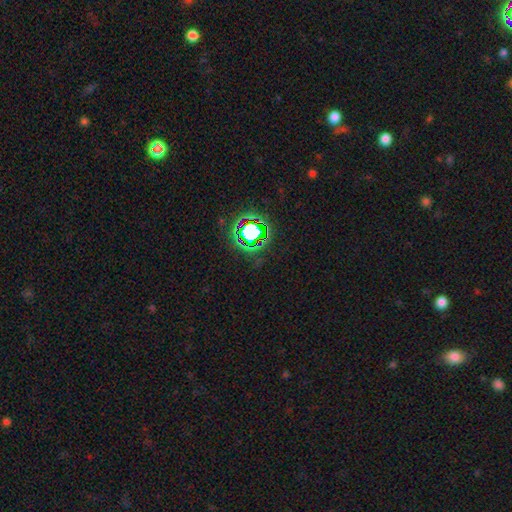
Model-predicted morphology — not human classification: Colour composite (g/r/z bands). It shows a star or artifact, not a galaxy (79%).